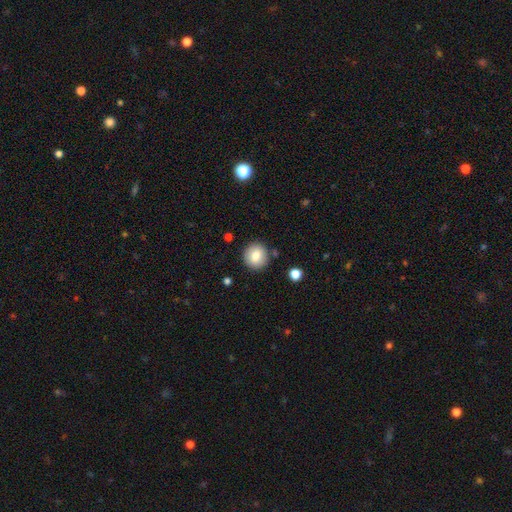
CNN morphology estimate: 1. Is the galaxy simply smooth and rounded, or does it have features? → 81% smooth, 10% featured or disk, 9% star or artifact.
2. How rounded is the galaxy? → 90% round, 9% in between, 1% cigar-shaped.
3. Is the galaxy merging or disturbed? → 87% none, 8% minor disturbance, 3% merger, 2% major disturbance.